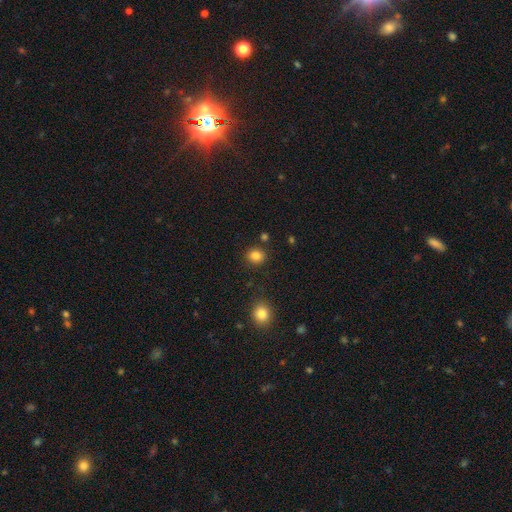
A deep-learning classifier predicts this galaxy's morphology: Smooth or featured: smooth — 84% (star or artifact — 11%)
How rounded: round — 78% (in between — 21%)
Merging: none — 86% (minor disturbance — 8%)